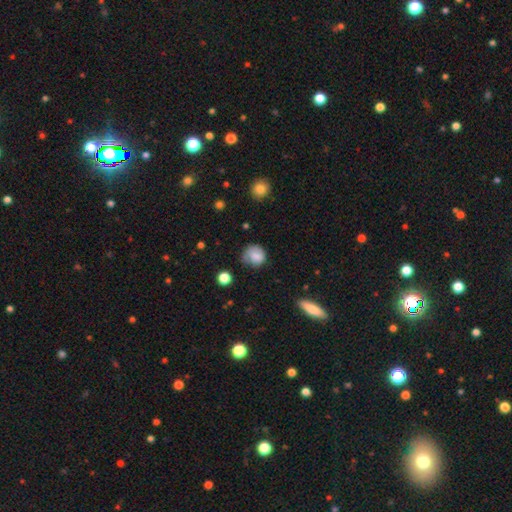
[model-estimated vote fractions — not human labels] Smooth or featured? Predicted: smooth (p=0.74). How rounded? Predicted: round (p=0.77). Merging? Predicted: none (p=0.53).